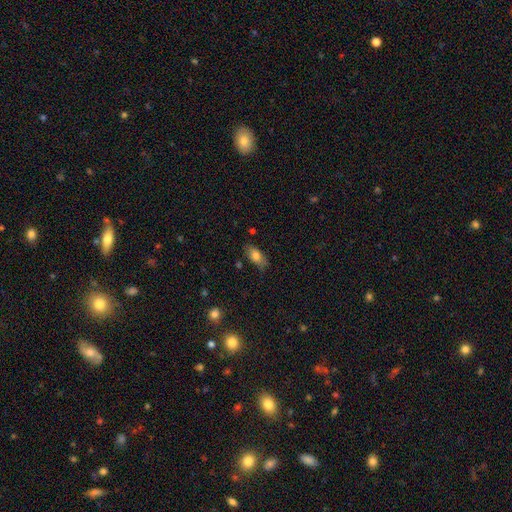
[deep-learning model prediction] A smooth galaxy with no disk features (76%) that is in between round and cigar-shaped (84%). Merging: none (77%).